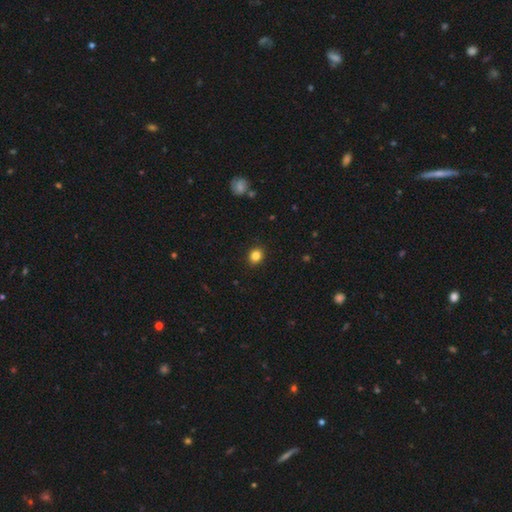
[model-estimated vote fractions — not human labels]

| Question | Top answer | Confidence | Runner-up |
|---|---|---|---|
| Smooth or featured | smooth | 84% | star or artifact (11%) |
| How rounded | round | 72% | in between (27%) |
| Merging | none | 91% | minor disturbance (6%) |